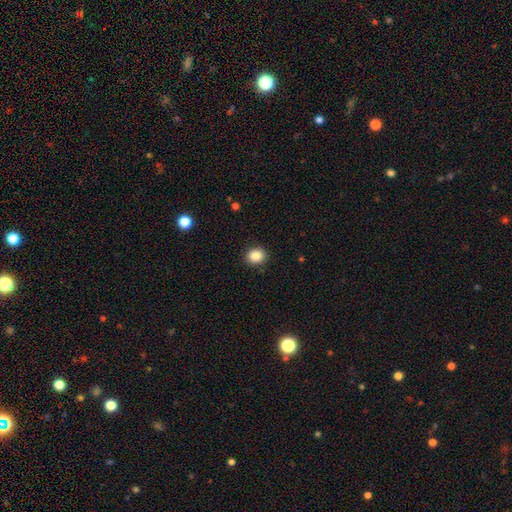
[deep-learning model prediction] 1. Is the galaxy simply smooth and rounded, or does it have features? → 87% smooth, 9% star or artifact, 4% featured or disk.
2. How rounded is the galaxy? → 66% round, 33% in between, 1% cigar-shaped.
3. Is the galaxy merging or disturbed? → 90% none, 7% minor disturbance, 2% major disturbance, 1% merger.